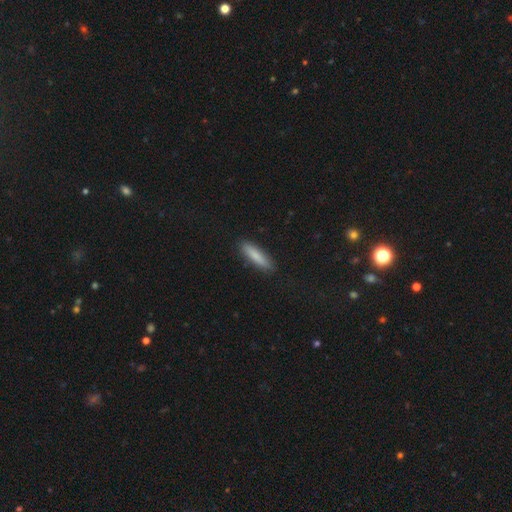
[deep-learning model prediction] The model was most divided on "how rounded": cigar-shaped: 77%, in between: 22%, round: 1%. More confident: merging — none (88%); smooth or featured — smooth (83%).